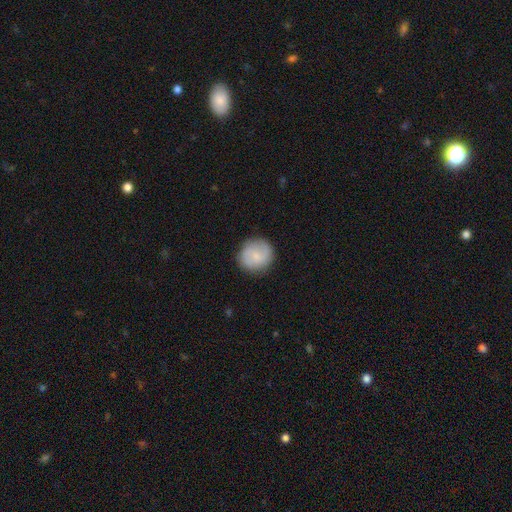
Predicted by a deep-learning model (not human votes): smooth 60%, featured or disk 33%, star or artifact 7%. Down the decision tree: how rounded — round (89%); merging — none (85%).